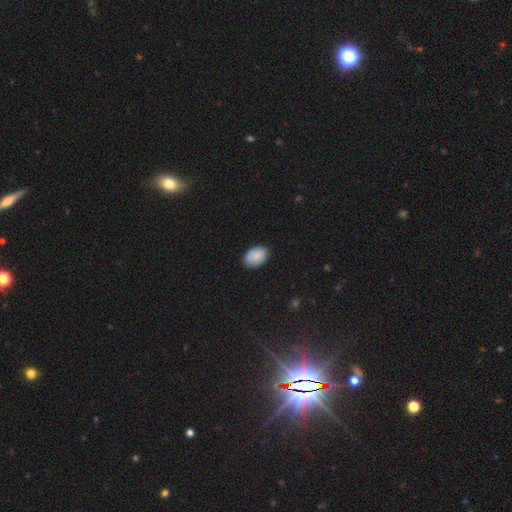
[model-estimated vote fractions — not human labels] smooth 78%, featured or disk 13%, star or artifact 9%. Down the decision tree: how rounded — in between (88%); merging — none (82%).